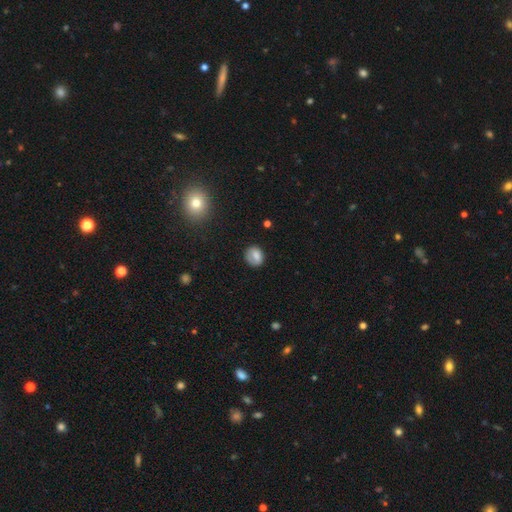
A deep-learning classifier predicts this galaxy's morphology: Smooth or featured?
  - smooth: 76% *
  - featured or disk: 15%
  - star or artifact: 9%
How rounded?
  - round: 74% *
  - in between: 25%
  - cigar-shaped: 1%
Merging?
  - none: 73% *
  - minor disturbance: 18%
  - major disturbance: 7%
  - merger: 2%